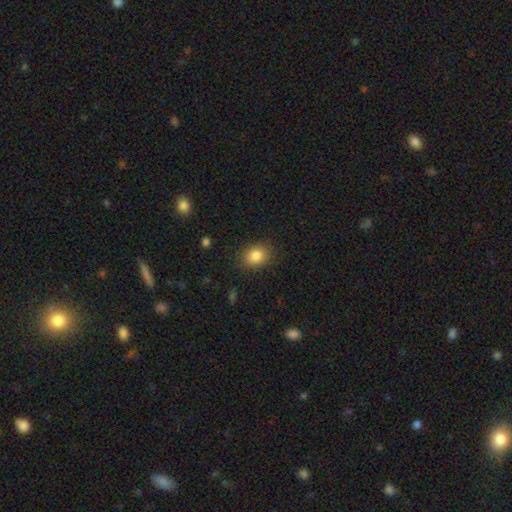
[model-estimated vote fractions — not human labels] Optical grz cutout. It shows a smooth galaxy with no disk features (85%) that is in between round and cigar-shaped (59%). Merging: none (86%).